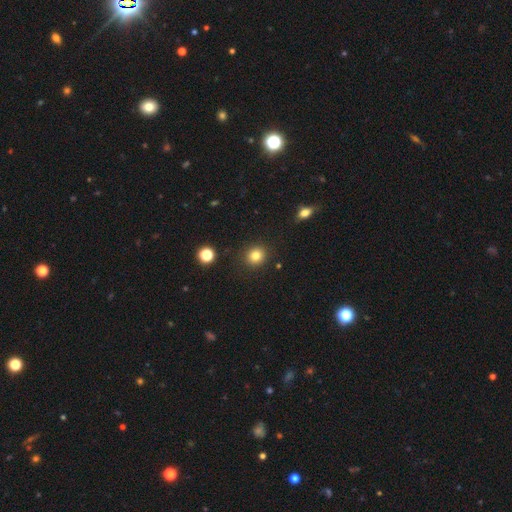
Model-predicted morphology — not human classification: smooth 82%, star or artifact 12%, featured or disk 6%. Down the decision tree: how rounded — round (87%); merging — none (90%).